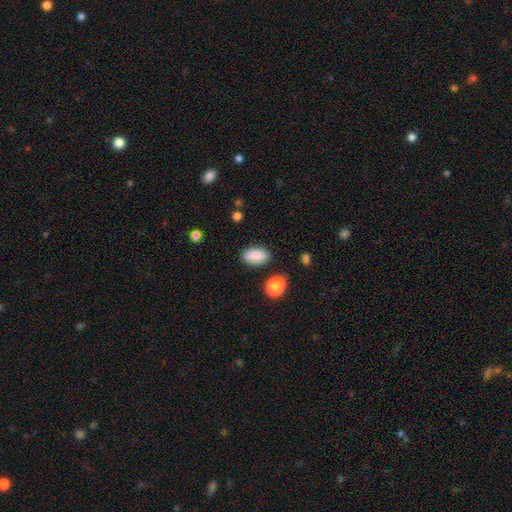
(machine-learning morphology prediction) smooth_or_featured: smooth (p=0.87) [alt: star or artifact p=0.08]
how_rounded: in between (p=0.91) [alt: round p=0.06]
merging: none (p=0.83) [alt: minor disturbance p=0.11]